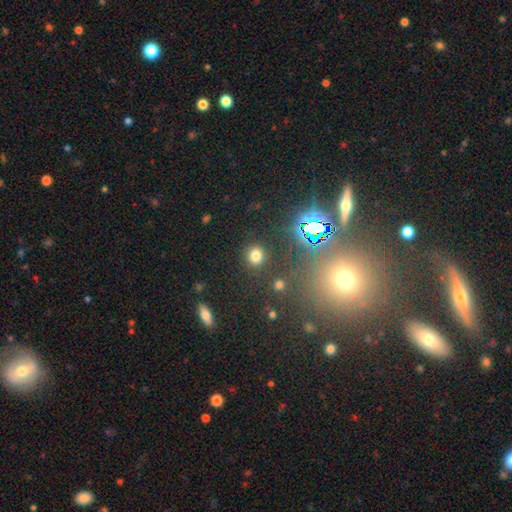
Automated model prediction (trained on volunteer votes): Overall: smooth (74%). How rounded: round (77%). Merging: none (87%).